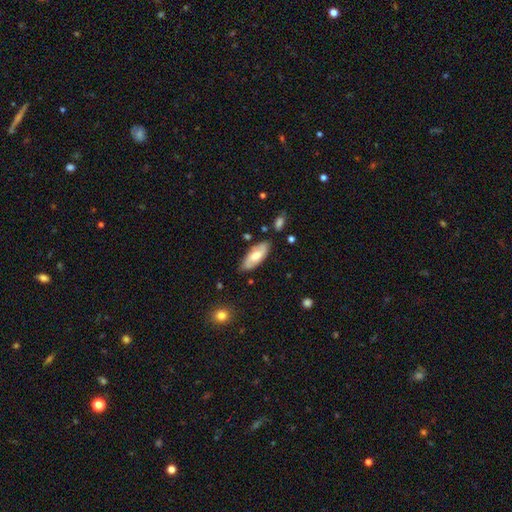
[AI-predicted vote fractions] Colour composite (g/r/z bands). It shows a featured or disk galaxy (48%). Merging: none (79%).